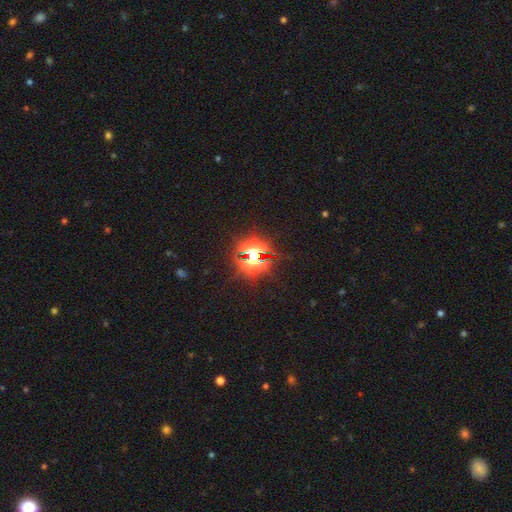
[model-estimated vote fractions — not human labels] star or artifact 75%, smooth 16%, featured or disk 9%.